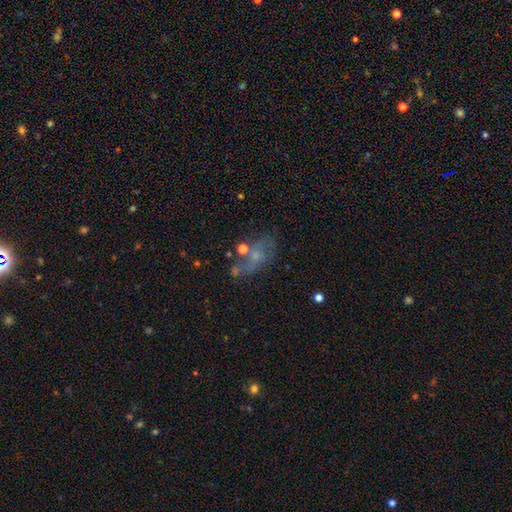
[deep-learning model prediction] The model was most divided on "smooth or featured": featured or disk: 48%, smooth: 35%, star or artifact: 17%. Remaining: merging — none (46%).